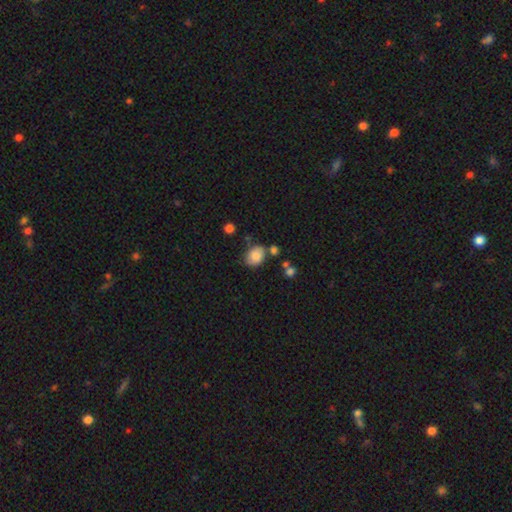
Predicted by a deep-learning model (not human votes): Smooth or featured? Predicted: smooth (p=0.80). How rounded? Predicted: in between (p=0.60). Merging? Predicted: none (p=0.57).